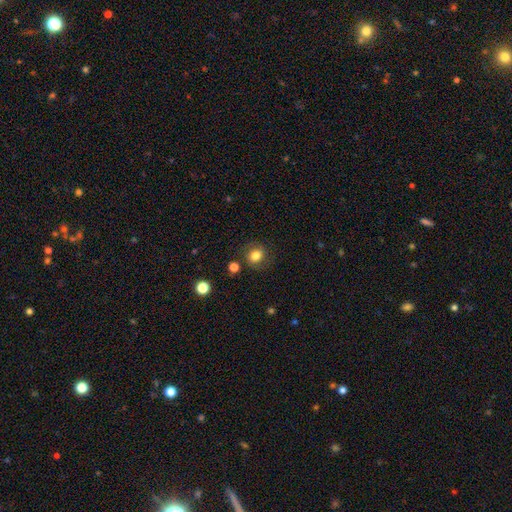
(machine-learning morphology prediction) smooth-or-featured: smooth: 75% | featured or disk: 14% | star or artifact: 11%
  how-rounded: round: 76% | in between: 23% | cigar-shaped: 1%
  merging: none: 79% | minor disturbance: 13% | major disturbance: 6% | merger: 3%